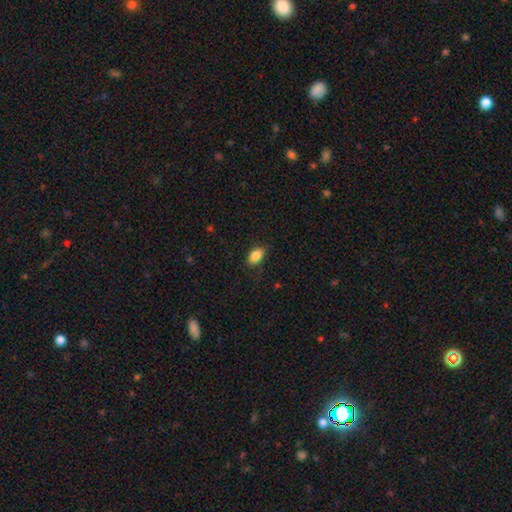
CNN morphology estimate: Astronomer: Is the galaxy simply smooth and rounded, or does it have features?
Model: smooth — 87%.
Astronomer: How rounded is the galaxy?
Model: in between — 90%.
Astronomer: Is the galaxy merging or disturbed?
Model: none — 83%.